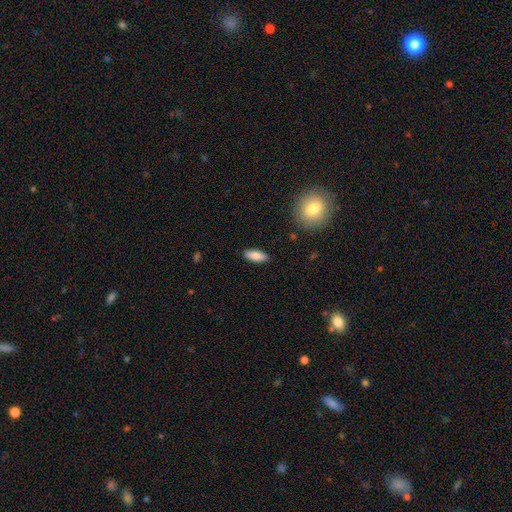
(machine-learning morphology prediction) This appears to be a smooth galaxy with no disk features (83%) that is in between round and cigar-shaped (68%). Merging: none (88%).